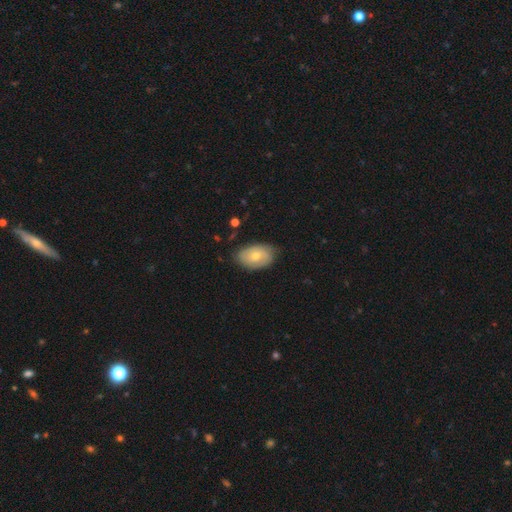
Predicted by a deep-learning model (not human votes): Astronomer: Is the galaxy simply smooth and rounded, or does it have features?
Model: smooth — 57% (runner-up: featured or disk, 36%).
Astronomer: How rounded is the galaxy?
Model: in between — 89%.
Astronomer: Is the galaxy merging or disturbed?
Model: none — 73%.